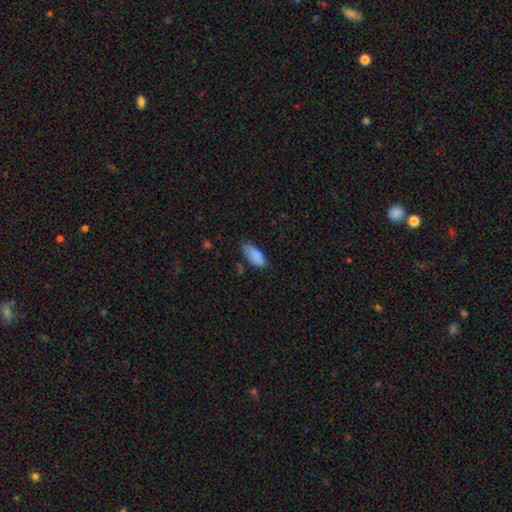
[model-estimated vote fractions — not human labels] A smooth galaxy with no disk features (83%) that is in between round and cigar-shaped (85%). Merging: none (54%).